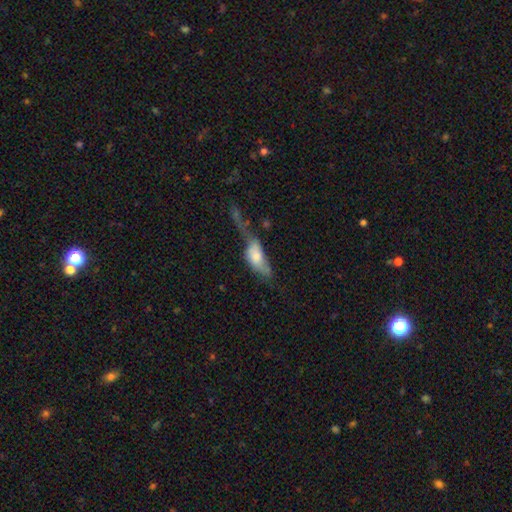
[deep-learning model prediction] smooth 62%, featured or disk 30%, star or artifact 8%. Down the decision tree: how rounded — in between (80%); merging — major disturbance (47%).